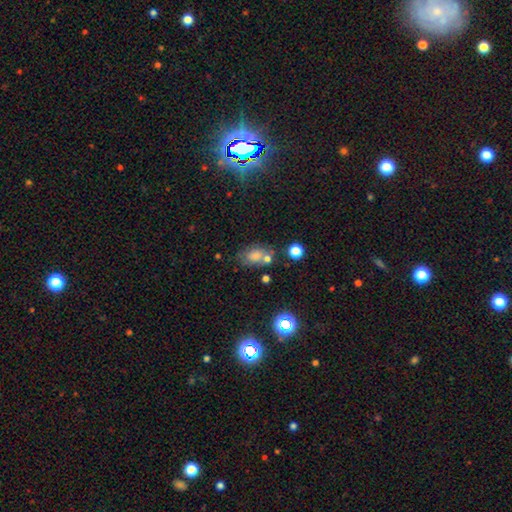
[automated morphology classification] Smooth or featured?
  - smooth: 62% *
  - star or artifact: 24%
  - featured or disk: 14%
How rounded?
  - in between: 70% *
  - round: 28%
  - cigar-shaped: 2%
Merging?
  - none: 58% *
  - merger: 20%
  - minor disturbance: 16%
  - major disturbance: 6%